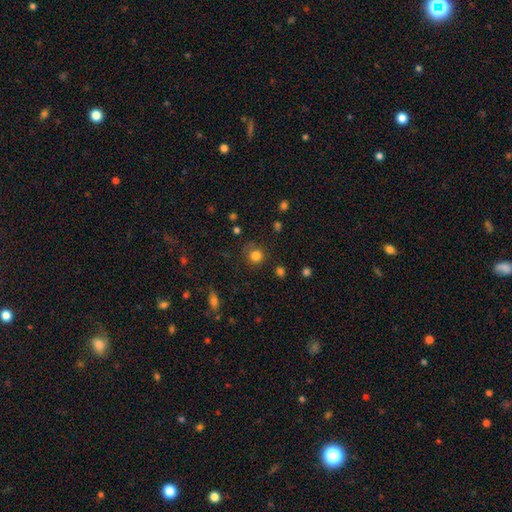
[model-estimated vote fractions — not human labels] This is clearly a smooth galaxy (81%). How rounded: clearly round (88%). Merging: likely none (76%).